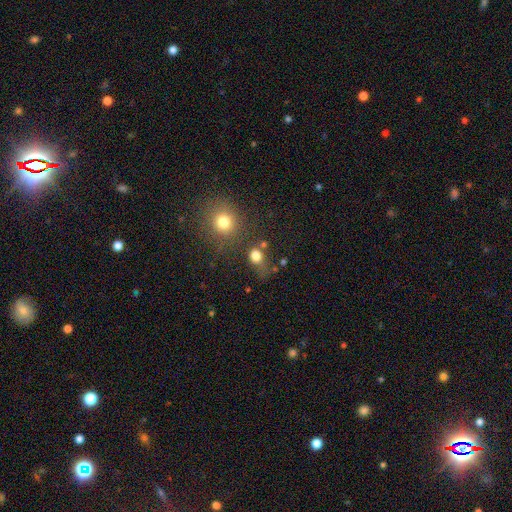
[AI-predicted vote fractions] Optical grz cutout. It shows a smooth galaxy with no disk features (77%) that is round (68%). Merging: none (56%).